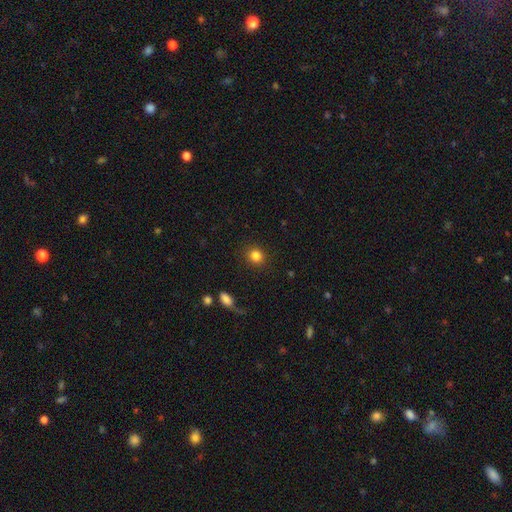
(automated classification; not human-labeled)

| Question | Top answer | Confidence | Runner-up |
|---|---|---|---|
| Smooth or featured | smooth | 84% | star or artifact (11%) |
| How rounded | round | 79% | in between (20%) |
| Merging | none | 89% | minor disturbance (7%) |